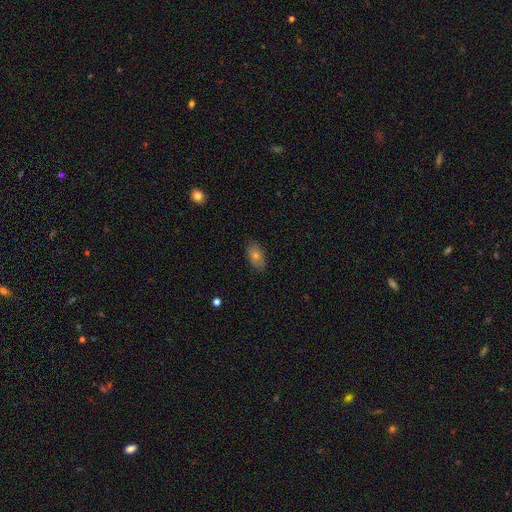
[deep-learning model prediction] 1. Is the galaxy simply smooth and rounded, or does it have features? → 65% smooth, 22% featured or disk, 13% star or artifact.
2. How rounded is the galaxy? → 88% in between, 9% round, 3% cigar-shaped.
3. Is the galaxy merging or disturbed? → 83% none, 13% minor disturbance, 3% major disturbance, 1% merger.